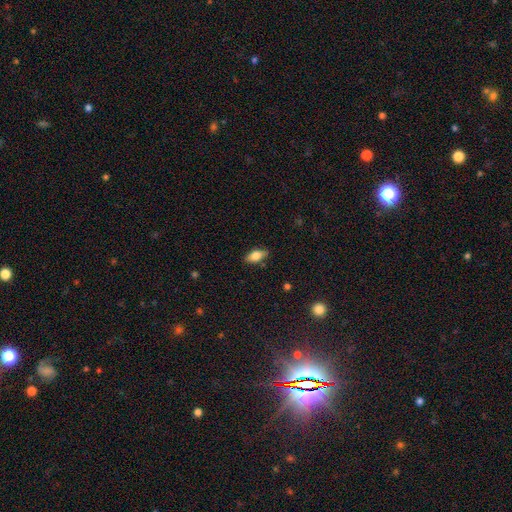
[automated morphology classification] Q: Smooth or featured?
A: smooth (76%); runner-up: featured or disk (16%)
Q: How rounded?
A: in between (86%); runner-up: cigar-shaped (11%)
Q: Merging?
A: none (85%); runner-up: minor disturbance (12%)